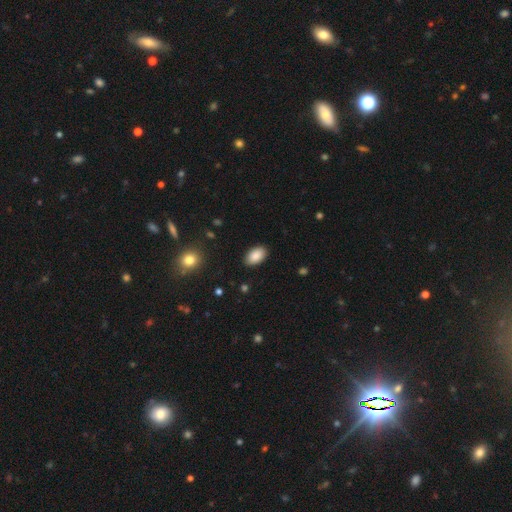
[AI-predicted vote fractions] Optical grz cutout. It shows a smooth galaxy with no disk features (89%) that is in between round and cigar-shaped (93%). Merging: none (89%).